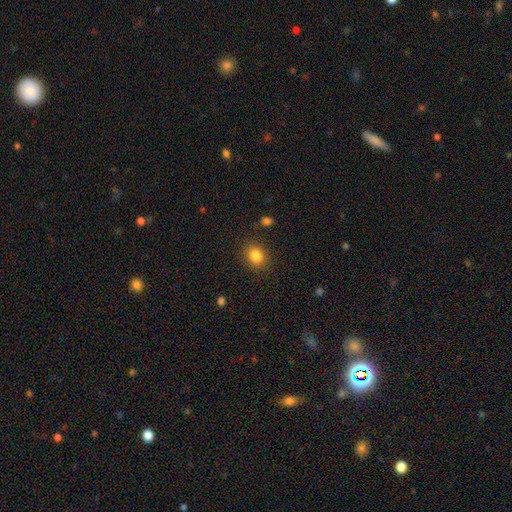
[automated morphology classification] This appears to be a smooth galaxy with no disk features (85%) that is round (60%). Merging: none (85%).